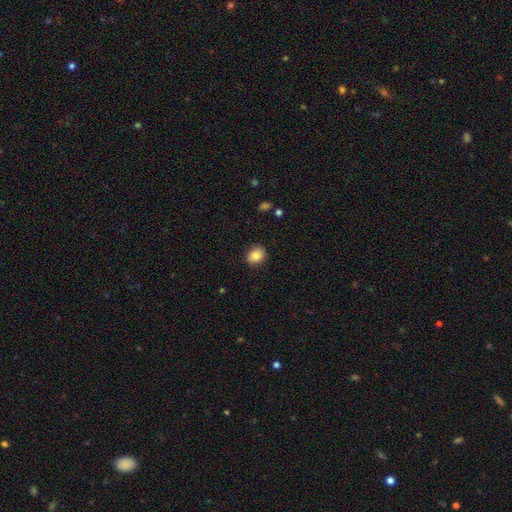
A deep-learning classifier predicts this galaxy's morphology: smooth 87%, star or artifact 8%, featured or disk 5%. Down the decision tree: how rounded — round (59%); merging — none (84%).